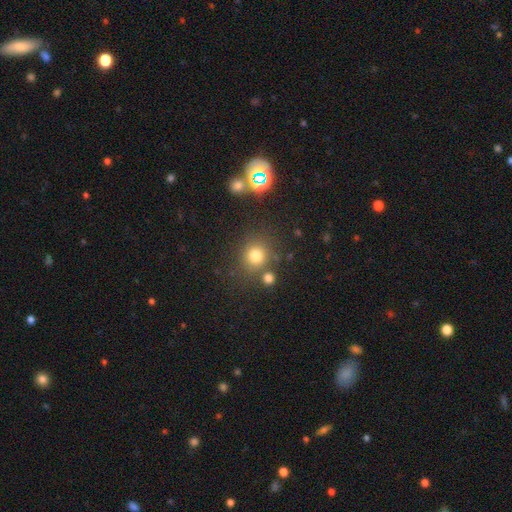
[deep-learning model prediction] Q: Smooth or featured?
A: smooth (76%); runner-up: star or artifact (16%)
Q: How rounded?
A: round (87%); runner-up: in between (12%)
Q: Merging?
A: none (75%); runner-up: merger (11%)